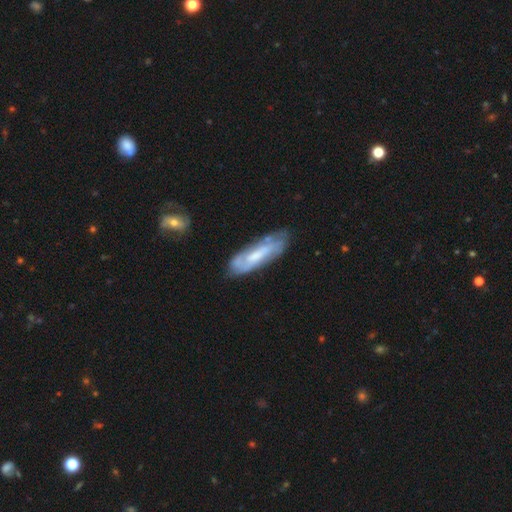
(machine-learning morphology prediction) smooth-or-featured: featured or disk: 58% | smooth: 35% | star or artifact: 7%
  disk-edge-on: no: 72% | yes: 28%
  merging: none: 70% | minor disturbance: 21% | major disturbance: 6% | merger: 3%